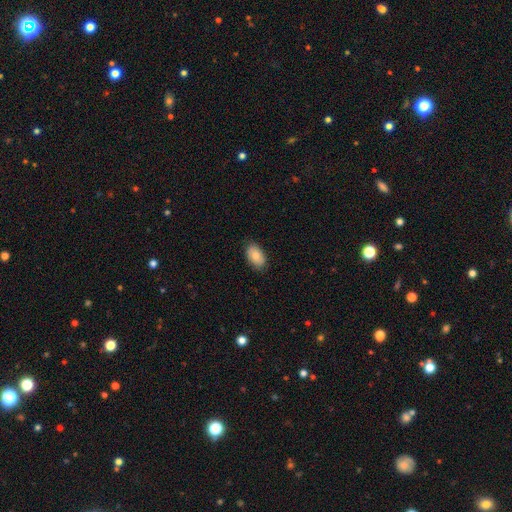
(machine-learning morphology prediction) smooth-or-featured: smooth: 80% | featured or disk: 13% | star or artifact: 7%
  how-rounded: in between: 92% | round: 7% | cigar-shaped: 1%
  merging: none: 85% | minor disturbance: 12% | major disturbance: 2% | merger: 1%